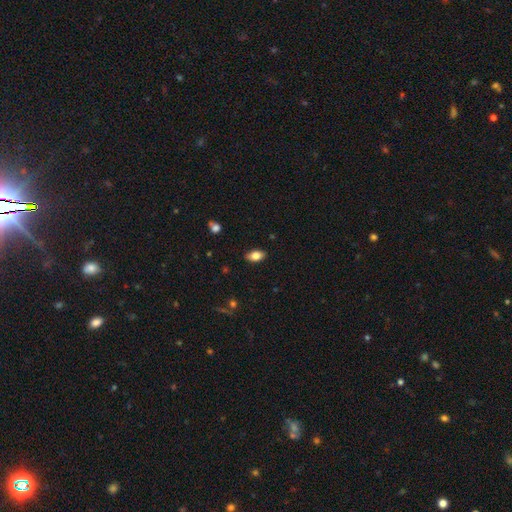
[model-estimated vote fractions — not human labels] This appears to be a smooth galaxy with no disk features (80%) that is in between round and cigar-shaped (90%). Merging: none (86%).